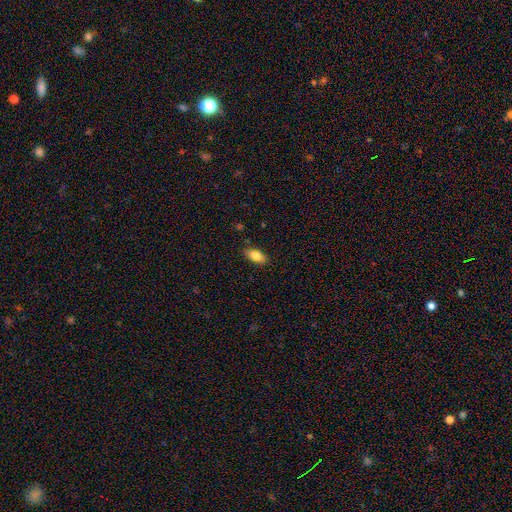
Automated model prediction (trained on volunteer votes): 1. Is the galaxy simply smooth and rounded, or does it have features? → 84% smooth, 9% featured or disk, 7% star or artifact.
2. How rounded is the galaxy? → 89% in between, 8% cigar-shaped, 3% round.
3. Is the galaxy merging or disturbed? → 86% none, 11% minor disturbance, 2% major disturbance, 1% merger.